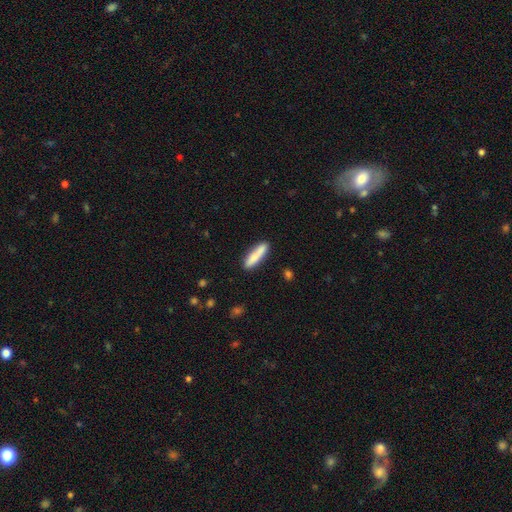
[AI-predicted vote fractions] Overall: smooth (80%). How rounded: cigar-shaped (81%). Merging: none (84%).